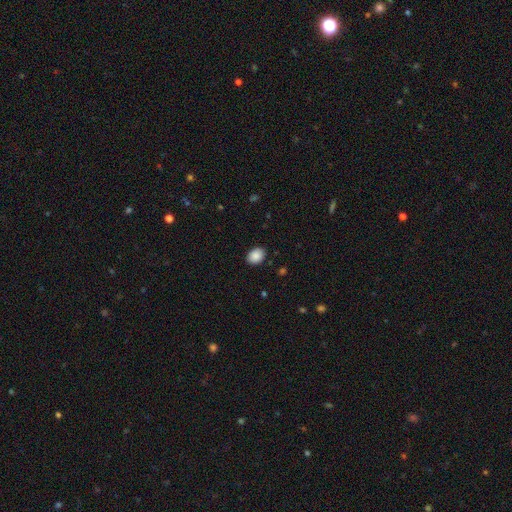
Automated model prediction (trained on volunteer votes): smooth_or_featured: smooth (p=0.89) [alt: star or artifact p=0.08]
how_rounded: in between (p=0.65) [alt: round p=0.34]
merging: none (p=0.89) [alt: minor disturbance p=0.08]